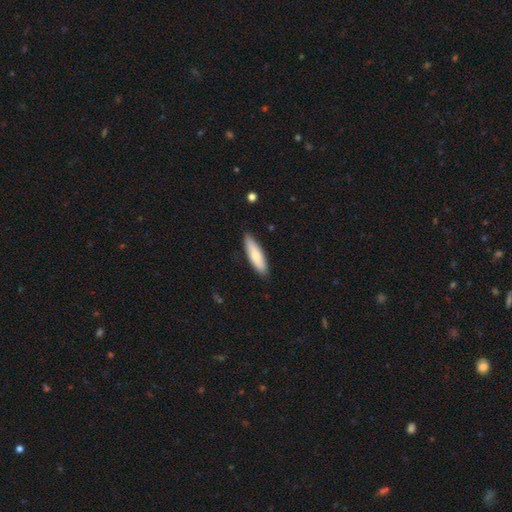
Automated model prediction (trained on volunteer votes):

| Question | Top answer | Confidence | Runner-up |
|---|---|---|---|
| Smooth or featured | smooth | 75% | featured or disk (20%) |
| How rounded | cigar-shaped | 62% | in between (37%) |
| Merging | none | 87% | minor disturbance (10%) |